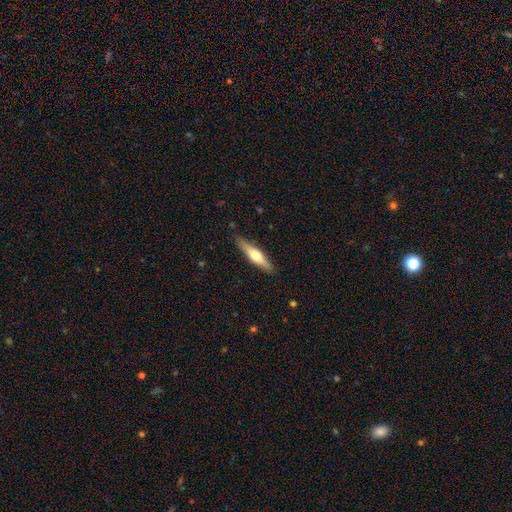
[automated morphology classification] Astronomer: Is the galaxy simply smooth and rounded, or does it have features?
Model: featured or disk — 50% (runner-up: smooth, 45%).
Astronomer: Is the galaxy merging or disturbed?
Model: none — 87%.